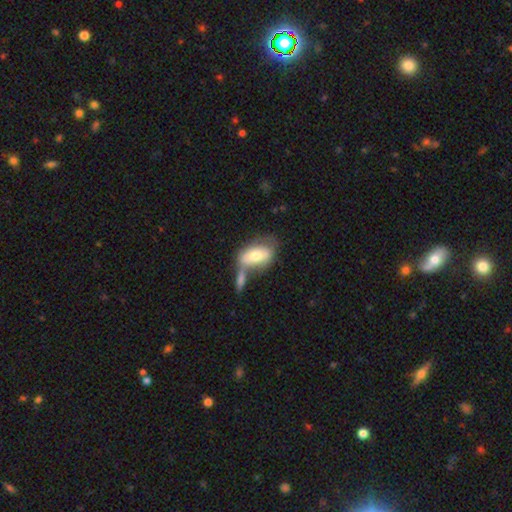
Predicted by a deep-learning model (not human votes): This is likely a smooth galaxy (62%). How rounded: clearly in between (90%). Merging: marginally merger (43%).